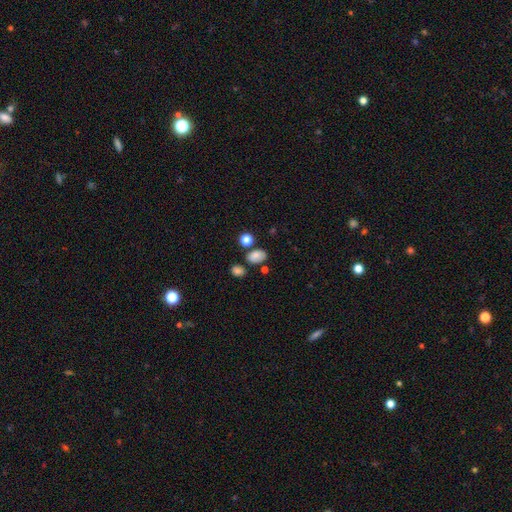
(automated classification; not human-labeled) A smooth galaxy with no disk features (78%) that is in between round and cigar-shaped (79%). Merging: none (70%).